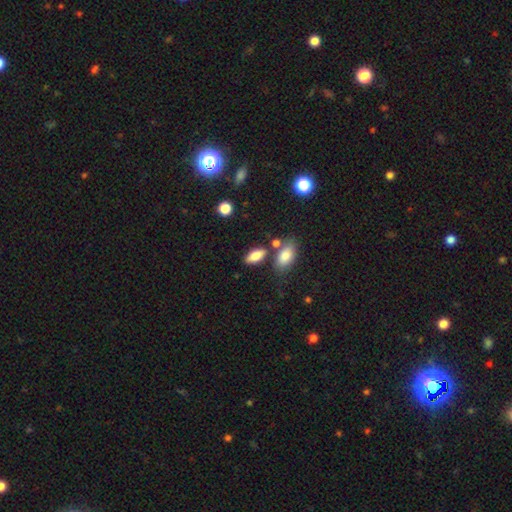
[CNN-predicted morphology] Smooth or featured?
  - smooth: 78% *
  - featured or disk: 14%
  - star or artifact: 8%
How rounded?
  - in between: 83% *
  - cigar-shaped: 12%
  - round: 5%
Merging?
  - none: 71% *
  - merger: 13%
  - minor disturbance: 12%
  - major disturbance: 4%